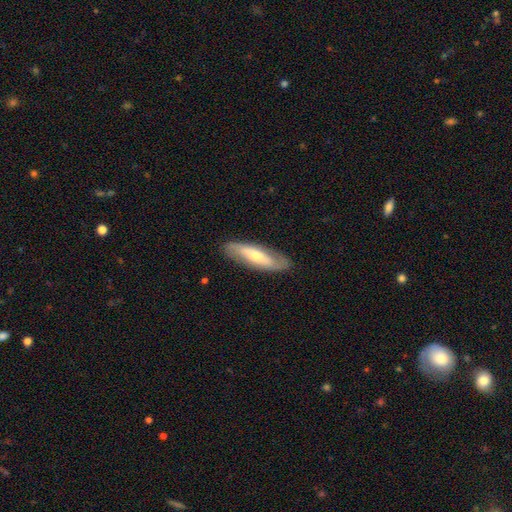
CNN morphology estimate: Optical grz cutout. It shows a featured or disk galaxy (53%). Merging: none (84%).